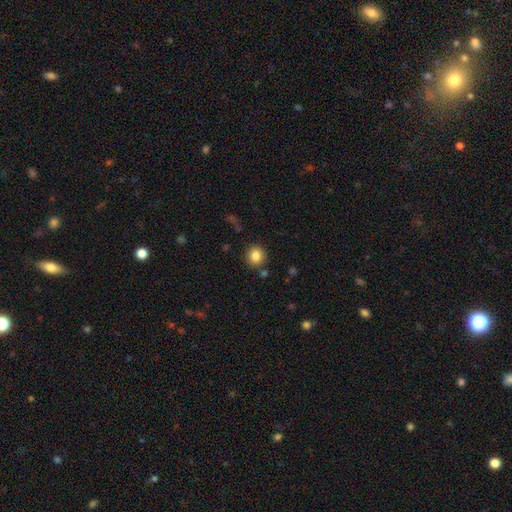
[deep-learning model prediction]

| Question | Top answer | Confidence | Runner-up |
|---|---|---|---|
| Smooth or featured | smooth | 85% | star or artifact (10%) |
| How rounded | round | 87% | in between (12%) |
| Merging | none | 86% | minor disturbance (8%) |